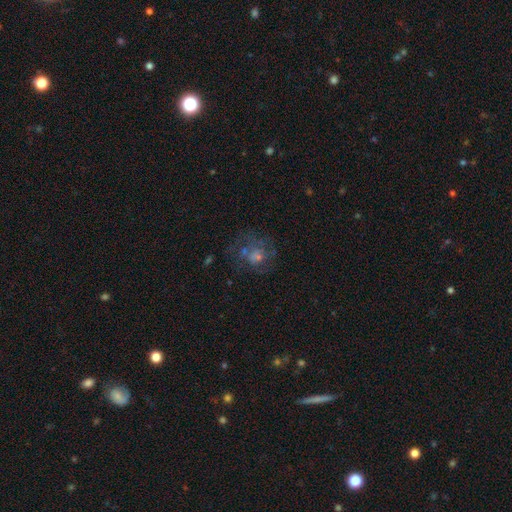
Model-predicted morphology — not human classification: Smooth or featured? Predicted: featured or disk (p=0.49). Merging? Predicted: none (p=0.54).